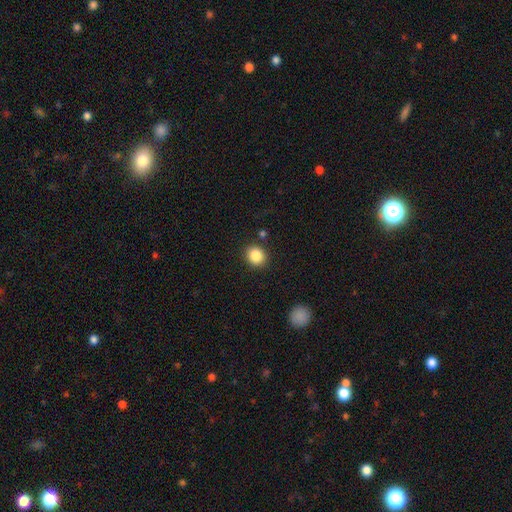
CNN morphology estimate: smooth_or_featured: smooth (p=0.87) [alt: star or artifact p=0.09]
how_rounded: round (p=0.80) [alt: in between p=0.19]
merging: none (p=0.88) [alt: minor disturbance p=0.07]